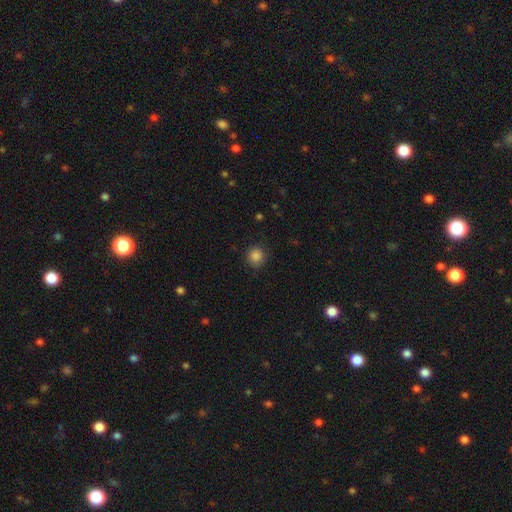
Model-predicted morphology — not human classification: A smooth galaxy with no disk features (86%) that is round (88%).

Vote fractions:
- Smooth or featured? smooth: 86% / star or artifact: 11% / featured or disk: 4%
- How rounded? round: 88% / in between: 11% / cigar-shaped: 1%
- Merging? none: 84% / minor disturbance: 12% / major disturbance: 3% / merger: 1%